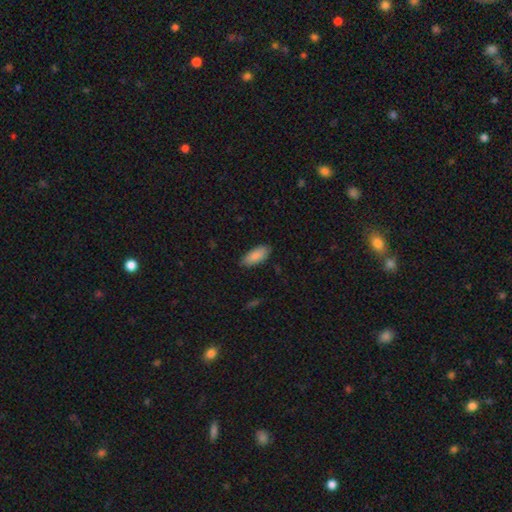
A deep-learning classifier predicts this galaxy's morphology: Smooth or featured?
  - smooth: 88% *
  - featured or disk: 6%
  - star or artifact: 6%
How rounded?
  - in between: 86% *
  - cigar-shaped: 12%
  - round: 2%
Merging?
  - none: 84% *
  - minor disturbance: 13%
  - major disturbance: 2%
  - merger: 1%